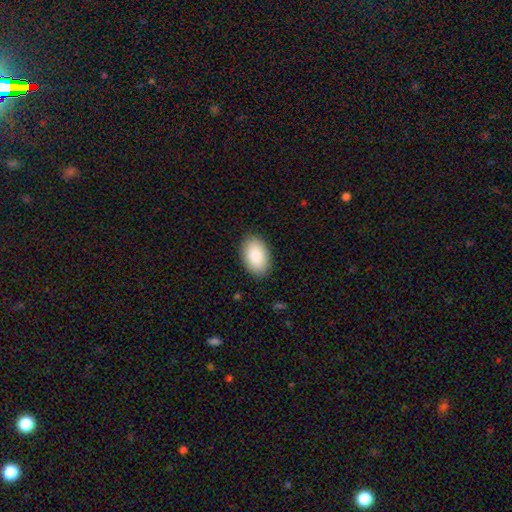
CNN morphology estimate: A smooth galaxy with no disk features (88%) that is in between round and cigar-shaped (92%). Merging: none (88%).